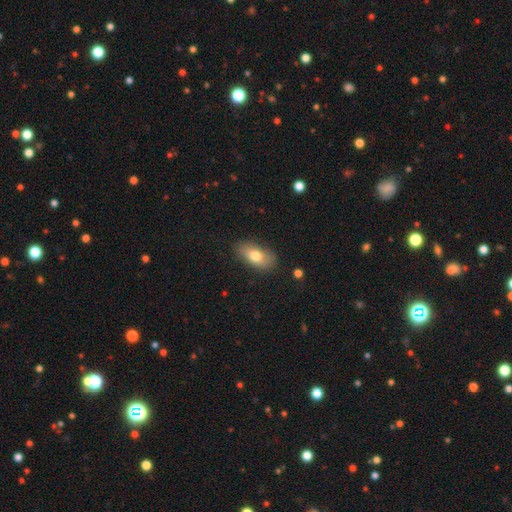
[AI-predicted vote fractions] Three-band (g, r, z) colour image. It shows a smooth galaxy with no disk features (72%) that is in between round and cigar-shaped (86%). Merging: none (81%).